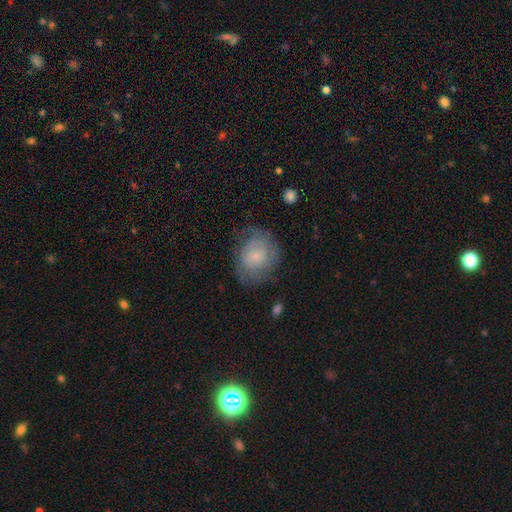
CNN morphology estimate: Smooth or featured?
  - smooth: 48% *
  - featured or disk: 44%
  - star or artifact: 8%
Merging?
  - none: 62% *
  - minor disturbance: 24%
  - major disturbance: 13%
  - merger: 1%